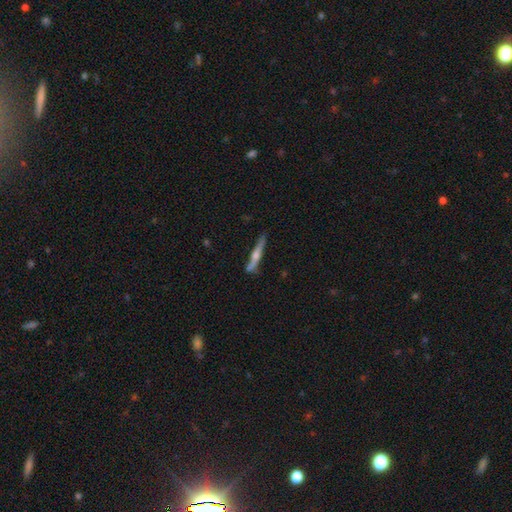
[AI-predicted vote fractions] Overall: featured or disk (58%; smooth 36%). Edge-on disk: yes (96%). Edge-on bulge: rounded (82%). Merging: none (77%).